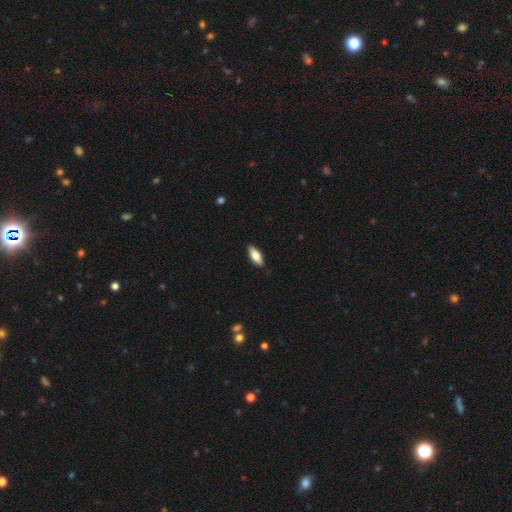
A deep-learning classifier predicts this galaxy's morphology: Smooth or featured? Predicted: smooth (p=0.76). How rounded? Predicted: in between (p=0.81). Merging? Predicted: none (p=0.89).